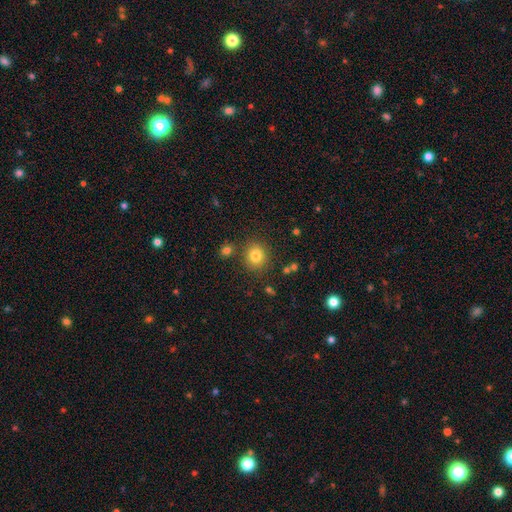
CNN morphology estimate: A smooth galaxy with no disk features (80%) that is round (79%). Merging: none (82%).